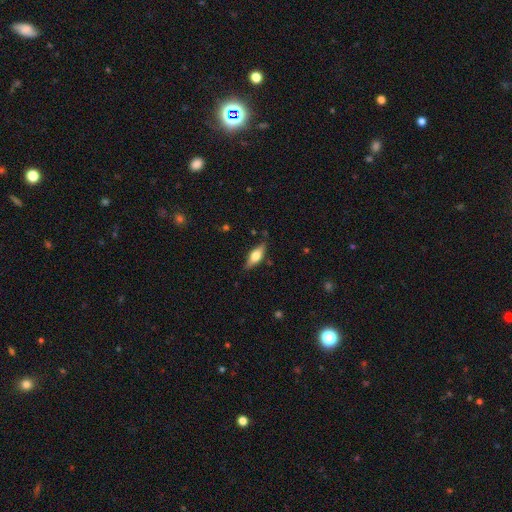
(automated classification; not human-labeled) A smooth galaxy with no disk features (54%) that is in between round and cigar-shaped (65%).

Vote fractions:
- Smooth or featured? smooth: 54% / featured or disk: 40% / star or artifact: 7%
- How rounded? in between: 65% / cigar-shaped: 32% / round: 3%
- Merging? none: 81% / minor disturbance: 14% / major disturbance: 3% / merger: 2%